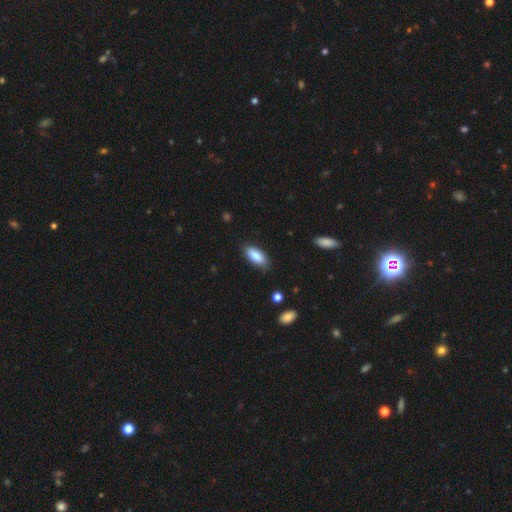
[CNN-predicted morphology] smooth 85%, featured or disk 9%, star or artifact 6%. Down the decision tree: how rounded — in between (83%); merging — none (82%).